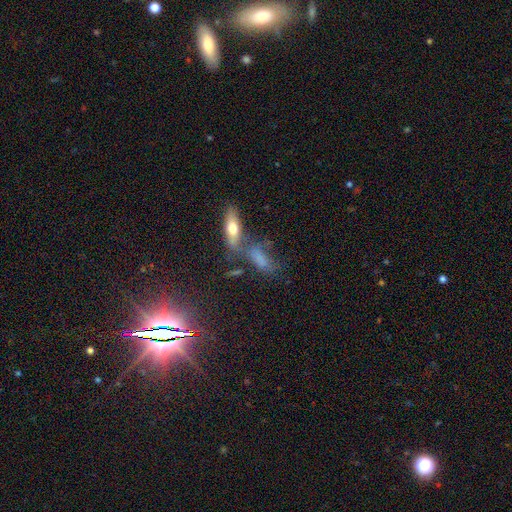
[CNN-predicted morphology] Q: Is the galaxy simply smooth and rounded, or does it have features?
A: smooth — 63%.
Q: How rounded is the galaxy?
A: in between — 62%.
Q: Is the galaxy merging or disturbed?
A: none — 40%.